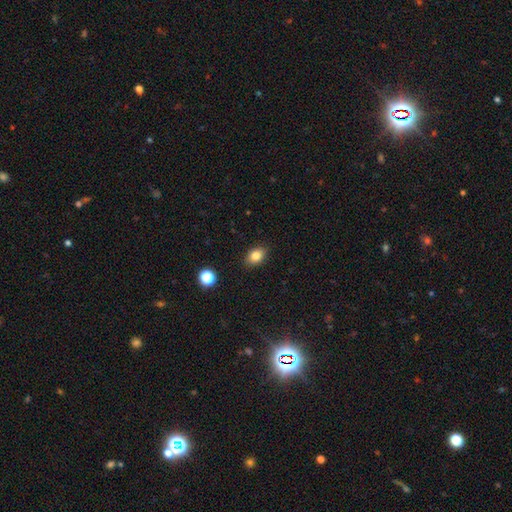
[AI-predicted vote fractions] Smooth or featured? Predicted: smooth (p=0.84). How rounded? Predicted: in between (p=0.78). Merging? Predicted: none (p=0.88).